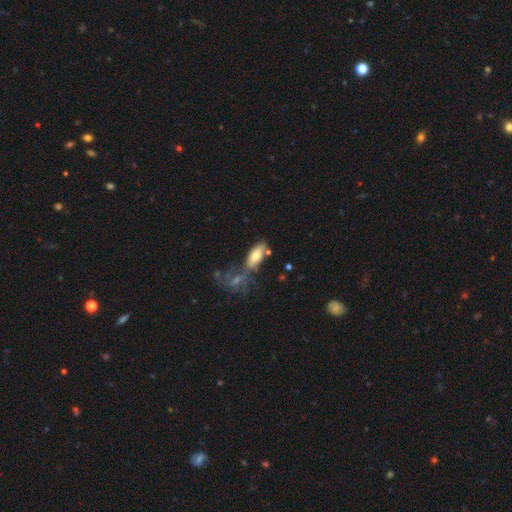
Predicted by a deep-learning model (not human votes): Overall: smooth (73%). How rounded: in between (84%). Merging: none (49%; merger 24%).